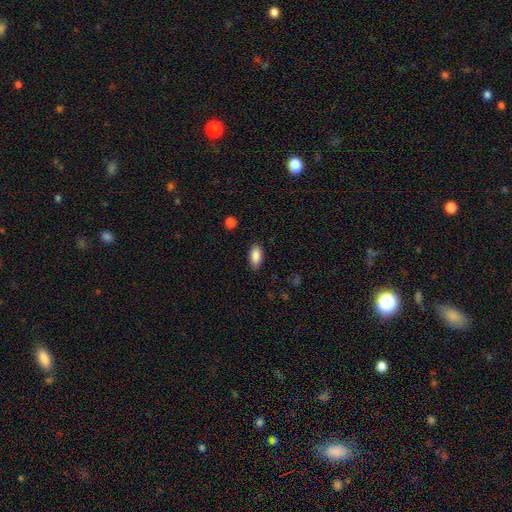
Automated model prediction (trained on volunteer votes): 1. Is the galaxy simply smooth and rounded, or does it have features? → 88% smooth, 7% star or artifact, 5% featured or disk.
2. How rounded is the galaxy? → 90% in between, 7% cigar-shaped, 3% round.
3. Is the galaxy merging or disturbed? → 86% none, 11% minor disturbance, 2% major disturbance, 1% merger.